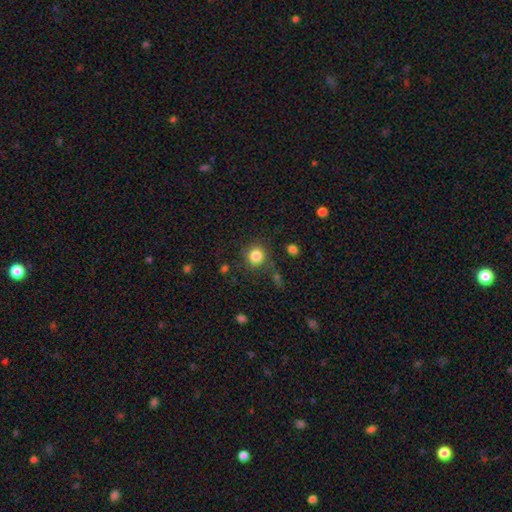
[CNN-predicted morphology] Q: Smooth or featured?
A: smooth (83%); runner-up: star or artifact (11%)
Q: How rounded?
A: round (90%); runner-up: in between (9%)
Q: Merging?
A: none (80%); runner-up: minor disturbance (11%)